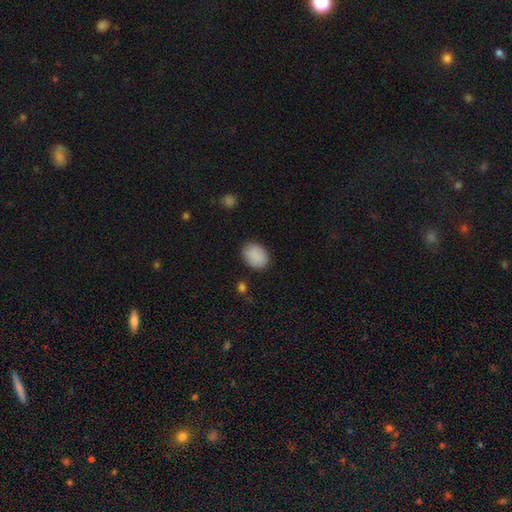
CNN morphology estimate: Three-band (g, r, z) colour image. It shows a smooth galaxy with no disk features (89%) that is in between round and cigar-shaped (71%). Merging: none (85%).